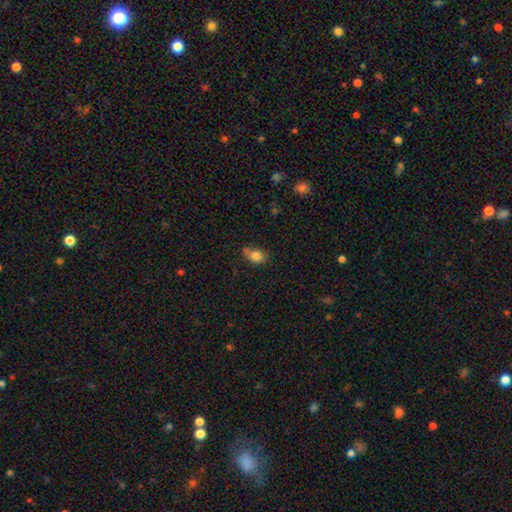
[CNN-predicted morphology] Smooth or featured? Predicted: smooth (p=0.81). How rounded? Predicted: in between (p=0.65). Merging? Predicted: none (p=0.52).